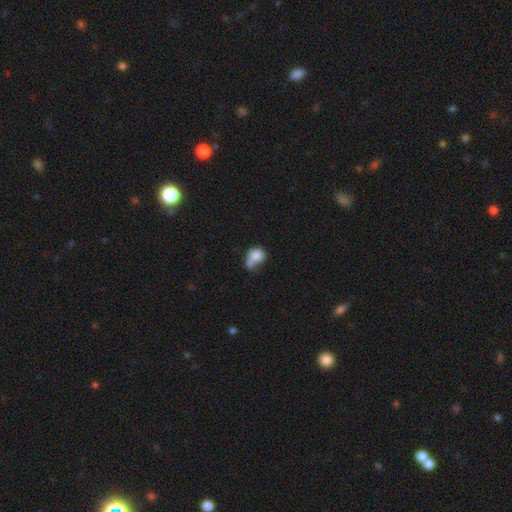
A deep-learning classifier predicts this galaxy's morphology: This appears to be a smooth galaxy with no disk features (80%) that is round (61%). Merging: merger (41%).